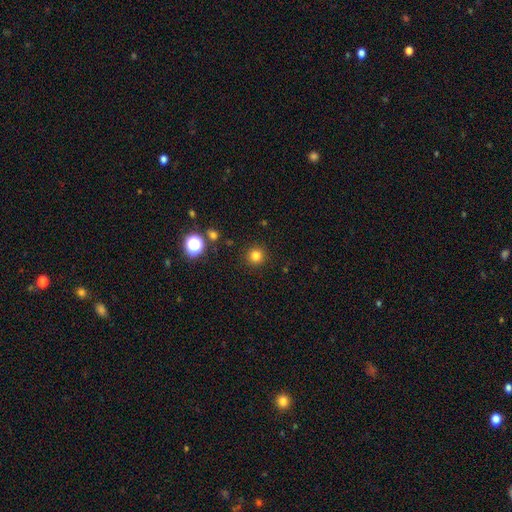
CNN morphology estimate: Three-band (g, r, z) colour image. It shows a smooth galaxy with no disk features (81%) that is round (95%). Merging: none (91%).